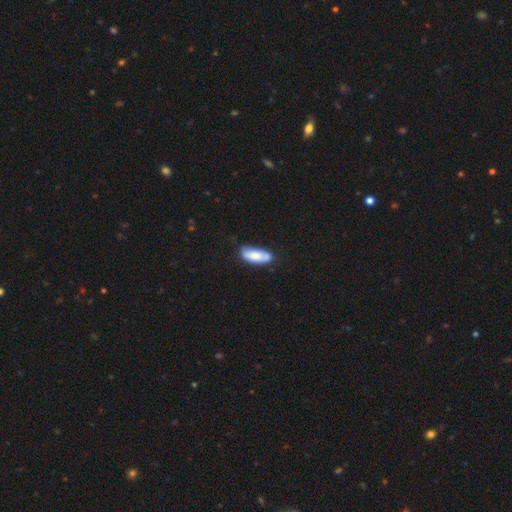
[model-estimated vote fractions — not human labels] This appears to be a smooth galaxy with no disk features (73%) that is in between round and cigar-shaped (75%). Merging: none (62%).